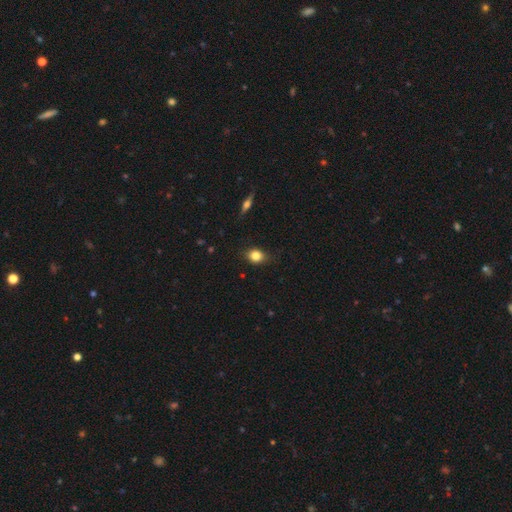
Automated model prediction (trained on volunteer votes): Overall: smooth (82%). How rounded: round (52%; in between 47%). Merging: none (79%).